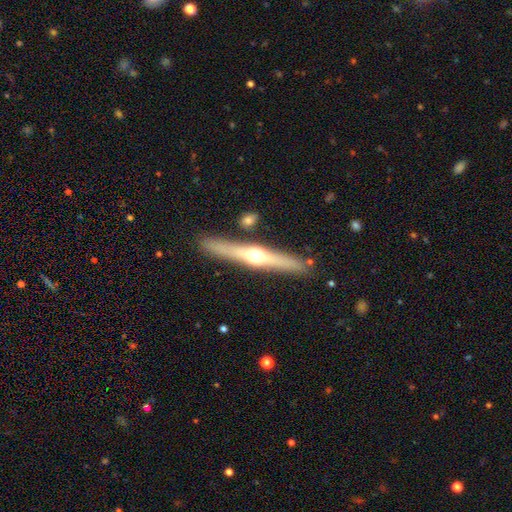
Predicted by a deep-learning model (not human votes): Overall: featured or disk (68%). Edge-on disk: yes (97%). Edge-on bulge: rounded (93%). Merging: none (86%).